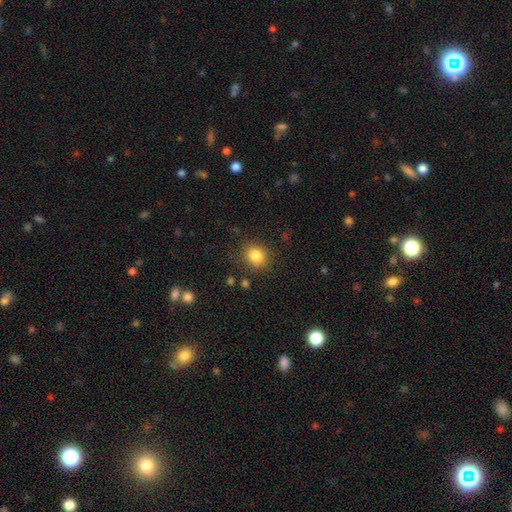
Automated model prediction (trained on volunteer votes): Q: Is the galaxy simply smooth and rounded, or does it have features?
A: smooth — 84%.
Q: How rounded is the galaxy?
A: round — 72%.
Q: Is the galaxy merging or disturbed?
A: none — 84%.